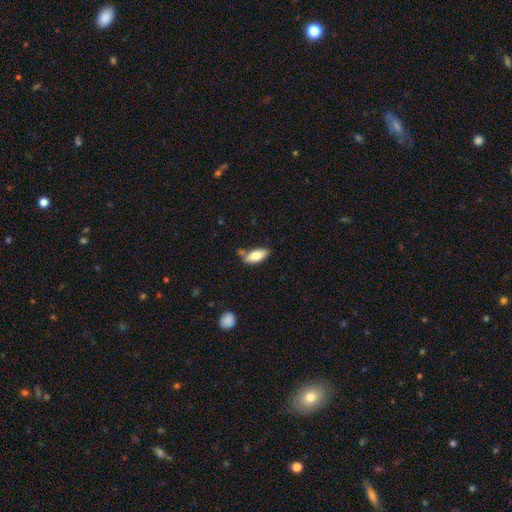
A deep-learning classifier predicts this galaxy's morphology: Smooth or featured: smooth — 82% (featured or disk — 11%)
How rounded: in between — 86% (cigar-shaped — 12%)
Merging: none — 65% (minor disturbance — 21%)